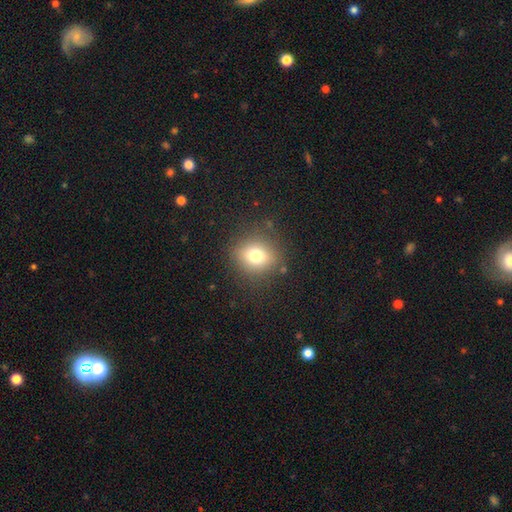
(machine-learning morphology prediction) smooth 74%, star or artifact 14%, featured or disk 12%. Down the decision tree: how rounded — round (75%); merging — none (85%).